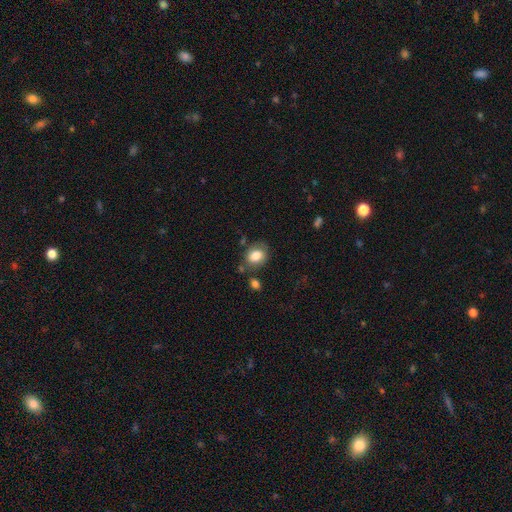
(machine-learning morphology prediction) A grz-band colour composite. It shows a smooth galaxy with no disk features (80%) that is in between round and cigar-shaped (54%). Merging: none (66%).